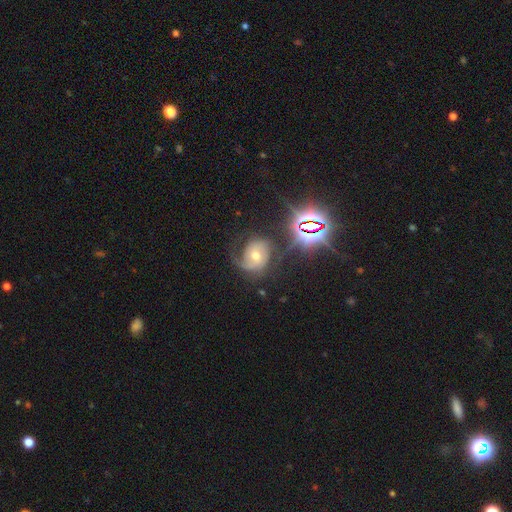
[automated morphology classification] The model was most divided on "spiral winding": medium: 40%, tight: 36%, loose: 23%. More confident: edge-on disk — no (96%); spiral arms — yes (86%); bulge size — moderate (66%); bar — no (65%); smooth or featured — featured or disk (61%); merging — none (56%); spiral arm count — 2 (52%).